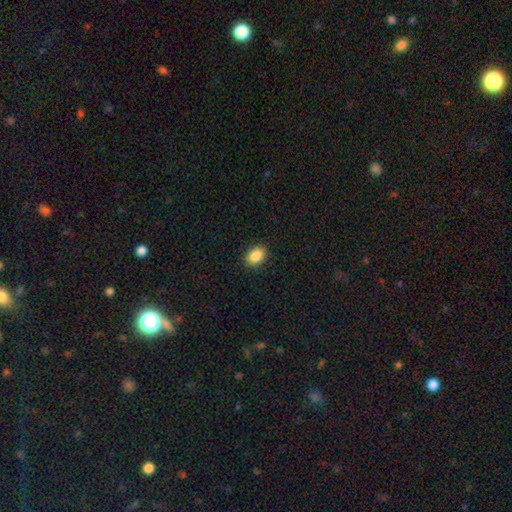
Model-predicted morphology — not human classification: Q: Smooth or featured?
A: smooth (89%); runner-up: star or artifact (8%)
Q: How rounded?
A: in between (85%); runner-up: round (14%)
Q: Merging?
A: none (90%); runner-up: minor disturbance (7%)